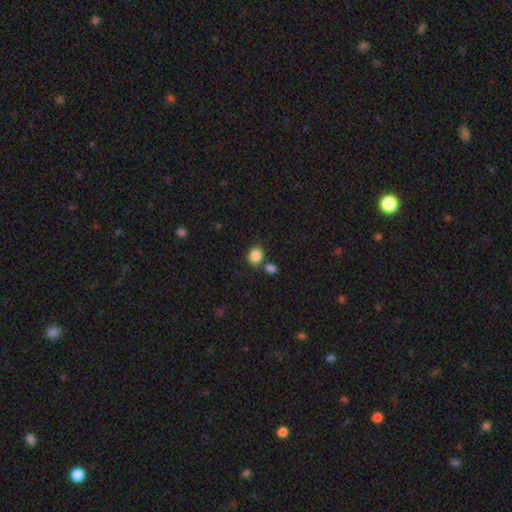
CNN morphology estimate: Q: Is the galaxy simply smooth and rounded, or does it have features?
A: smooth — 86%.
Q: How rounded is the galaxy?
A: round — 57%.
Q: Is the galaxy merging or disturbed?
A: none — 66%.